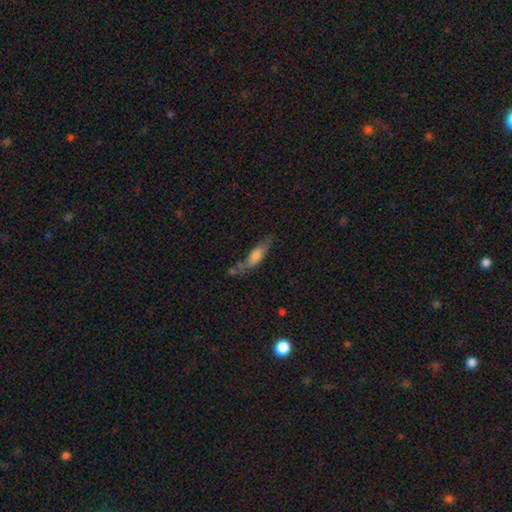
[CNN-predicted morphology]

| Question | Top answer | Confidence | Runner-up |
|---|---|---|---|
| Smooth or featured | smooth | 58% | featured or disk (34%) |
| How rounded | cigar-shaped | 60% | in between (37%) |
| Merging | none | 49% | minor disturbance (25%) |